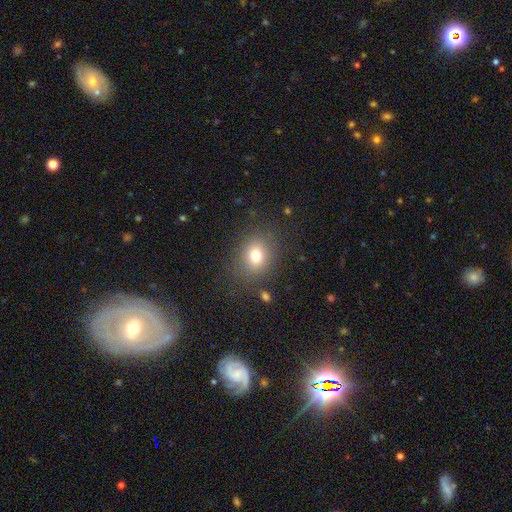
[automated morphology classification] This appears to be a smooth galaxy with no disk features (75%) that is round (62%). Merging: none (82%).